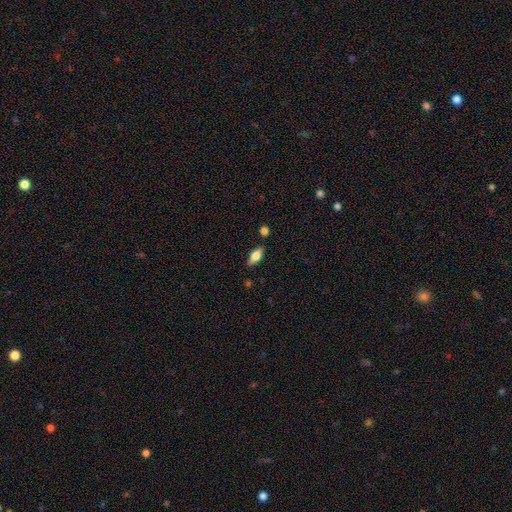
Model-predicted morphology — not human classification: smooth 60%, featured or disk 33%, star or artifact 8%. Down the decision tree: how rounded — in between (79%); merging — none (81%).